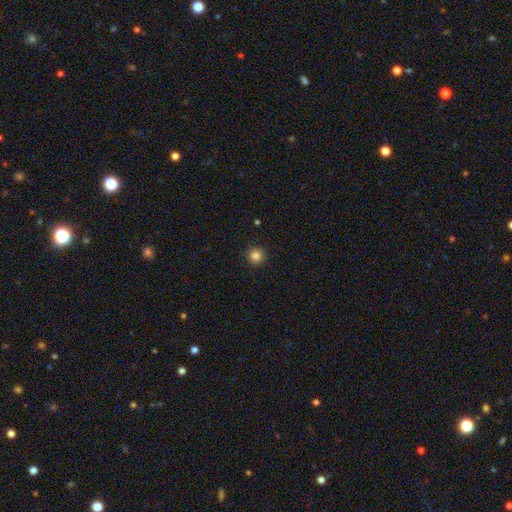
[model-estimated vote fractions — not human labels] Smooth or featured? smooth (85%)
How rounded? round (96%)
Merging? none (92%)